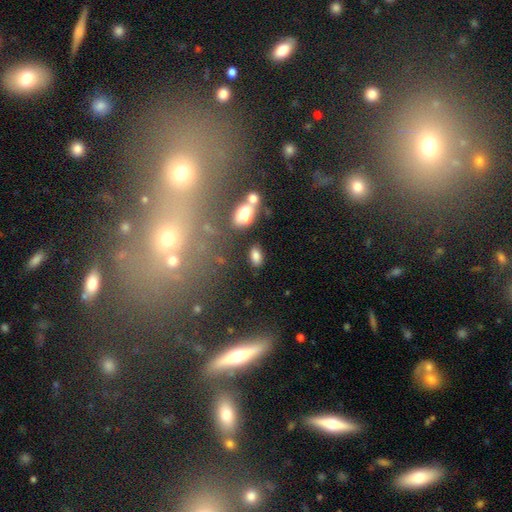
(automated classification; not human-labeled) Morphology: type=smooth (79%); roundness=in between (90%); merging=none (75%).